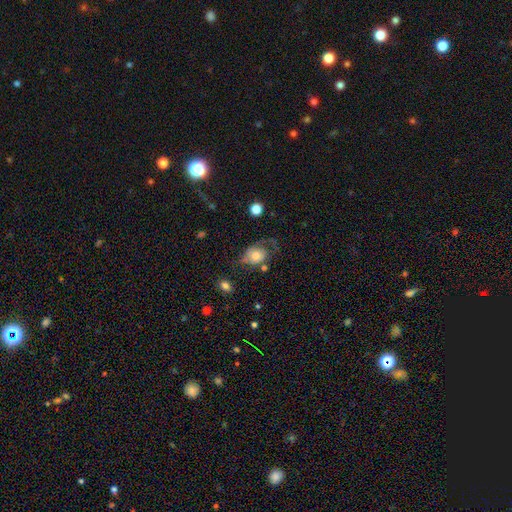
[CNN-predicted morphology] A smooth galaxy with no disk features (53%) that is in between round and cigar-shaped (55%). Merging: none (37%).